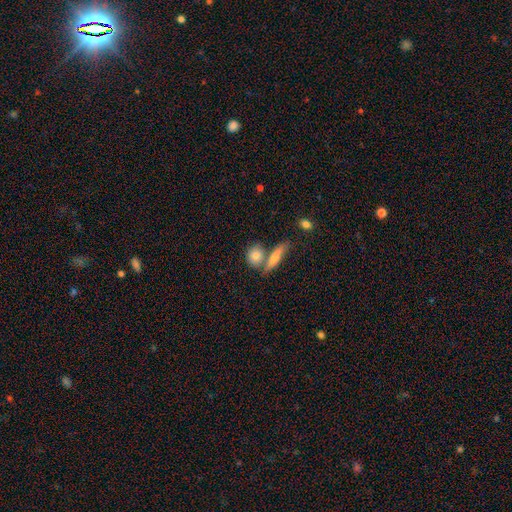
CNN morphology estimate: Overall: smooth (79%). How rounded: round (49%; in between 39%). Merging: none (53%; merger 32%).